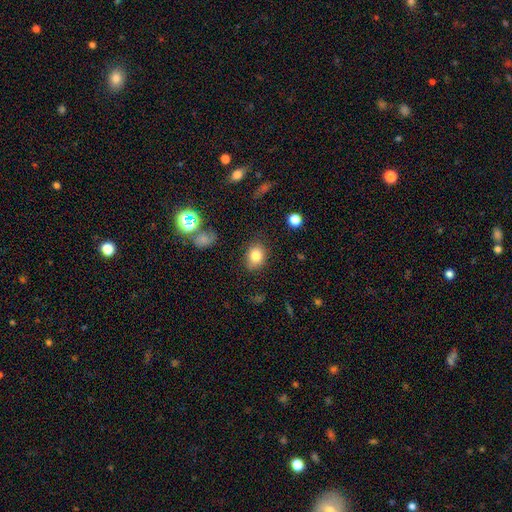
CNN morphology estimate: type=smooth (81%); roundness=in between (59%); merging=none (81%).